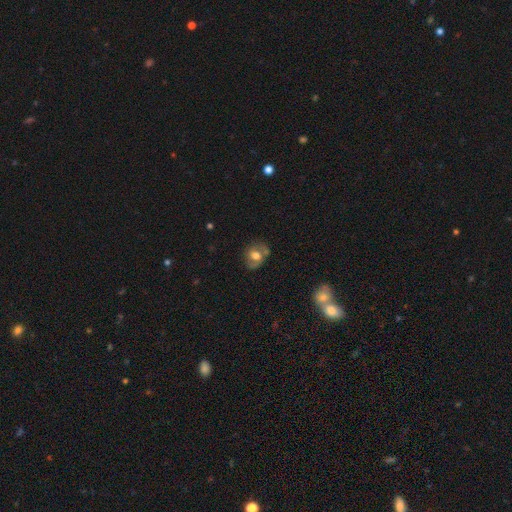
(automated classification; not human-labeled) smooth_or_featured: smooth (p=0.54) [alt: featured or disk p=0.37]
how_rounded: round (p=0.58) [alt: in between p=0.41]
merging: none (p=0.62) [alt: minor disturbance p=0.24]